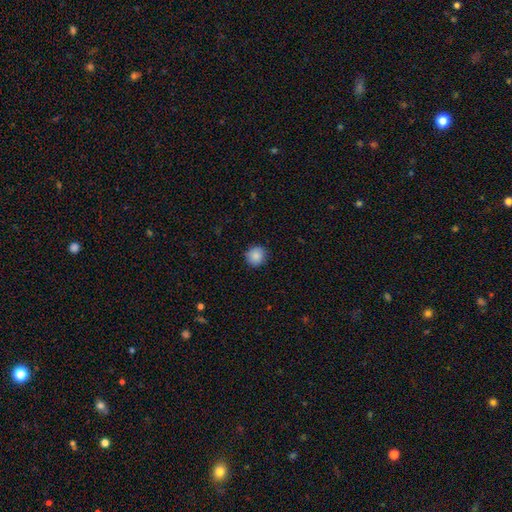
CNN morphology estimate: This appears to be a smooth galaxy with no disk features (88%) that is round (90%). Merging: none (89%).